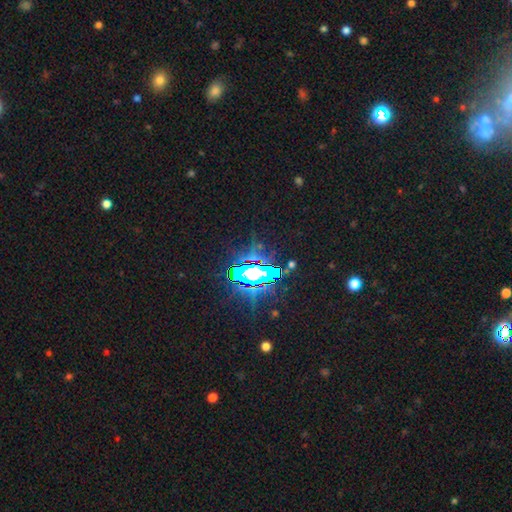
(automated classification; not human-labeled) Q: Smooth or featured?
A: star or artifact (83%); runner-up: smooth (9%)